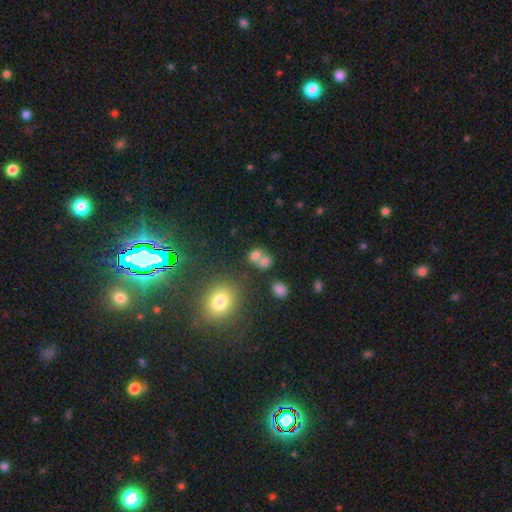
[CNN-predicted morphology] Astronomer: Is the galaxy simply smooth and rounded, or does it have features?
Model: smooth — 71%.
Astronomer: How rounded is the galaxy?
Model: round — 57% (runner-up: in between, 42%).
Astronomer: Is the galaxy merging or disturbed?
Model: merger — 52% (runner-up: none, 34%).